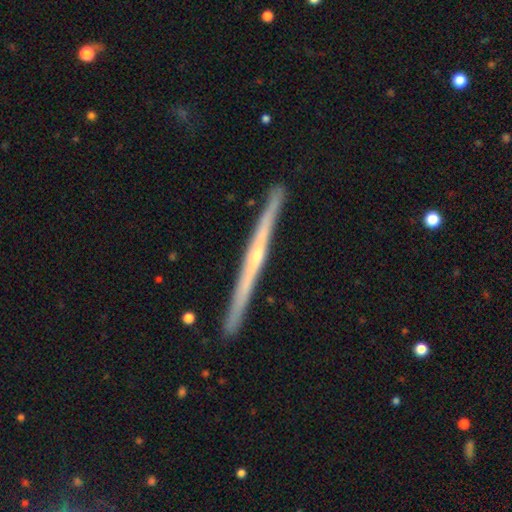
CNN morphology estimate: Smooth or featured? Predicted: featured or disk (p=0.79). Edge-on disk? Predicted: yes (p=0.98). Edge-on bulge? Predicted: rounded (p=0.50). Merging? Predicted: none (p=0.92).